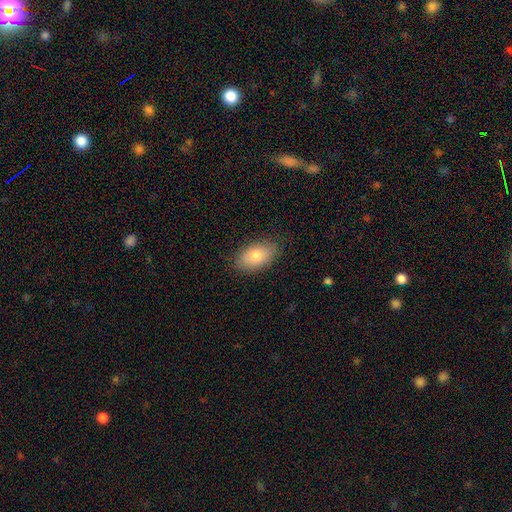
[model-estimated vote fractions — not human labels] Smooth or featured?
  - smooth: 79% *
  - featured or disk: 13%
  - star or artifact: 7%
How rounded?
  - in between: 91% *
  - round: 7%
  - cigar-shaped: 2%
Merging?
  - none: 84% *
  - minor disturbance: 13%
  - major disturbance: 3%
  - merger: 1%